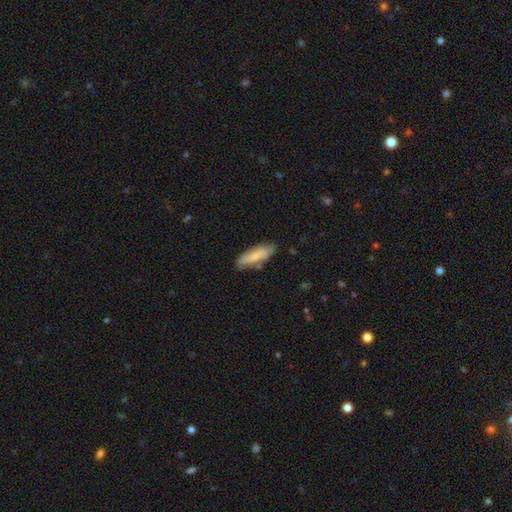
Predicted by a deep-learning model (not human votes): A smooth galaxy with no disk features (66%) that is in between round and cigar-shaped (55%).

Vote fractions:
- Smooth or featured? smooth: 66% / featured or disk: 28% / star or artifact: 6%
- How rounded? in between: 55% / cigar-shaped: 43% / round: 2%
- Merging? none: 69% / minor disturbance: 22% / merger: 5% / major disturbance: 4%